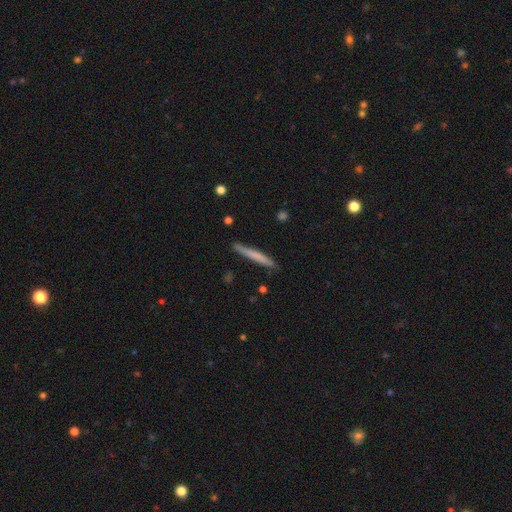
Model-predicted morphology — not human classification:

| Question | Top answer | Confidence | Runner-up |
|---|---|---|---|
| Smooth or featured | smooth | 64% | featured or disk (30%) |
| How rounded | cigar-shaped | 96% | in between (3%) |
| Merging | none | 87% | minor disturbance (10%) |